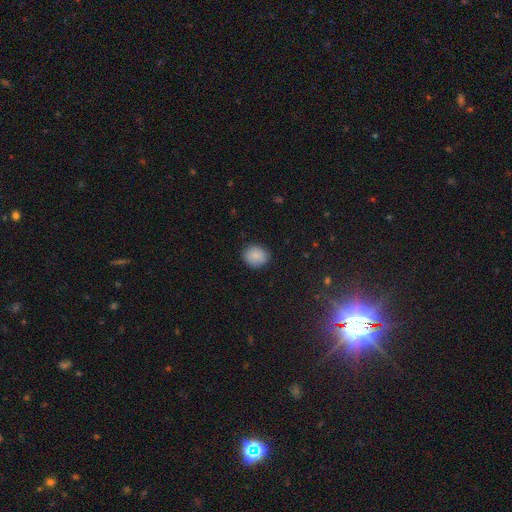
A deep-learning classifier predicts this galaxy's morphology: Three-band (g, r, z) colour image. It shows a smooth galaxy with no disk features (86%) that is round (69%). Merging: none (87%).